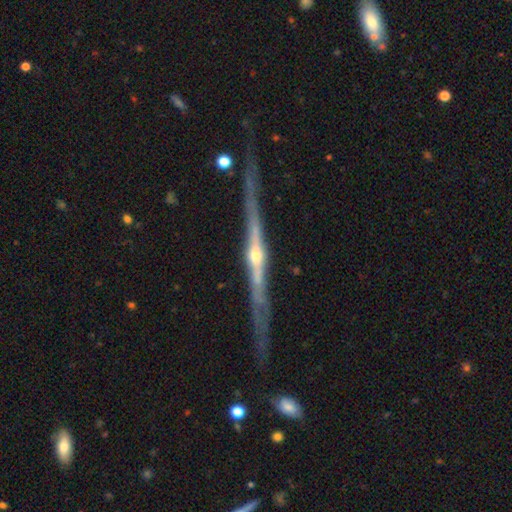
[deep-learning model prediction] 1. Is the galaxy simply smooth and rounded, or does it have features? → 86% featured or disk, 9% smooth, 5% star or artifact.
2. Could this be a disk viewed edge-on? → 97% yes, 3% no.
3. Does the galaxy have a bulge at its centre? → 84% rounded, 11% none, 5% boxy.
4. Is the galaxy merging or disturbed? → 77% none, 17% minor disturbance, 4% major disturbance, 2% merger.